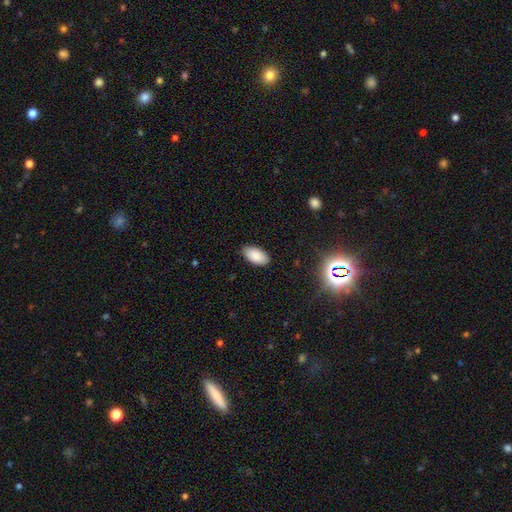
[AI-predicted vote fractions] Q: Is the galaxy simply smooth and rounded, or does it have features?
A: smooth — 88%.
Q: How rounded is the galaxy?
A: in between — 95%.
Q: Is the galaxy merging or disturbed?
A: none — 87%.